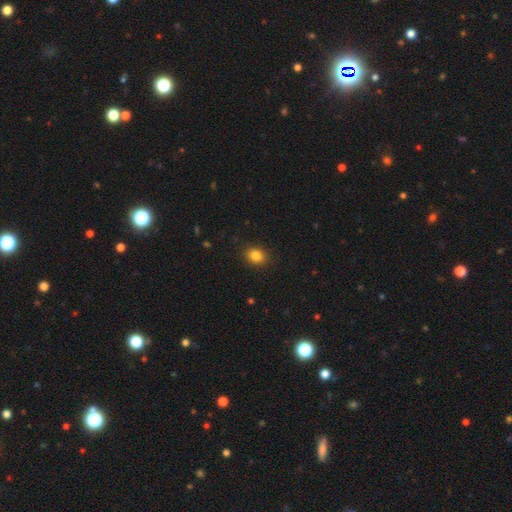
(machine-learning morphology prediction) smooth_or_featured: smooth (p=0.84) [alt: star or artifact p=0.11]
how_rounded: round (p=0.53) [alt: in between p=0.46]
merging: none (p=0.89) [alt: minor disturbance p=0.08]